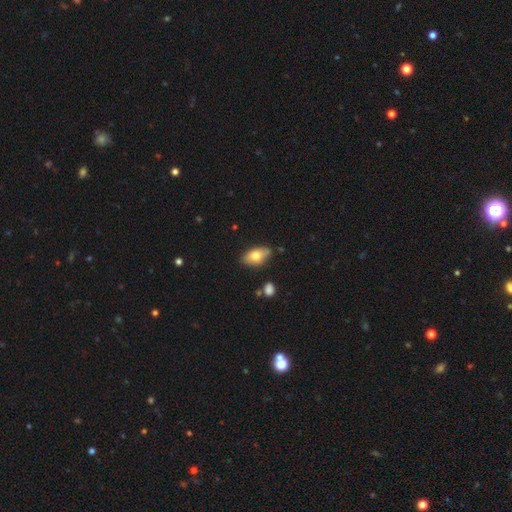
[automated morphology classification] This is likely a smooth galaxy (74%). How rounded: clearly in between (89%). Merging: likely none (75%).